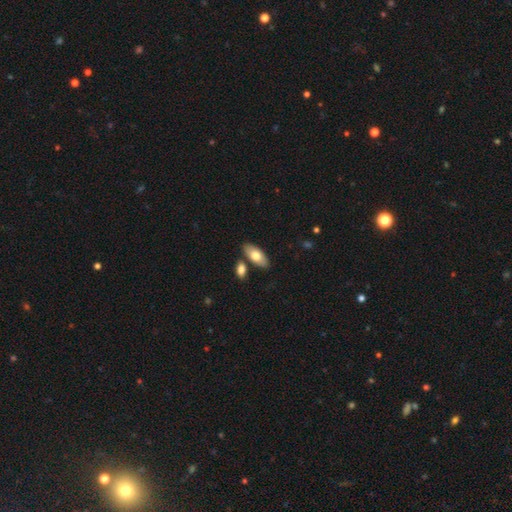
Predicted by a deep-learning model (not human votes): Morphology: type=smooth (74%); roundness=in between (88%); merging=none (76%).